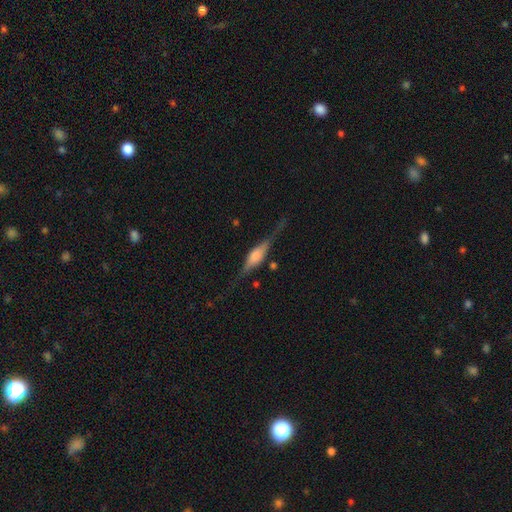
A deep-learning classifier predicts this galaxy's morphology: Smooth or featured?
  - featured or disk: 69% *
  - smooth: 24%
  - star or artifact: 7%
Edge-on disk?
  - yes: 96% *
  - no: 4%
Edge-on bulge?
  - rounded: 68% *
  - boxy: 28%
  - none: 4%
Merging?
  - none: 70% *
  - minor disturbance: 19%
  - major disturbance: 8%
  - merger: 2%